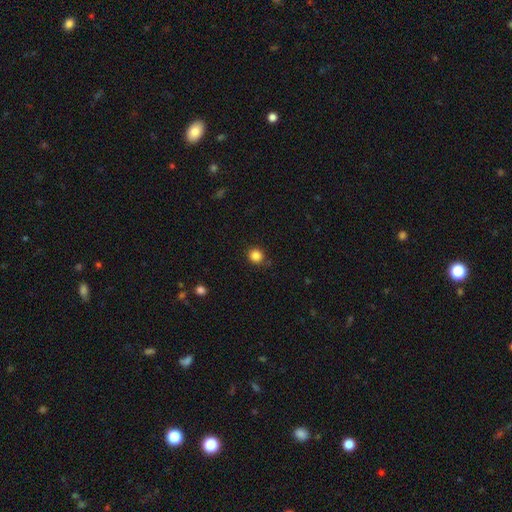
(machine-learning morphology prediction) type=smooth (85%); roundness=round (90%); merging=none (87%).